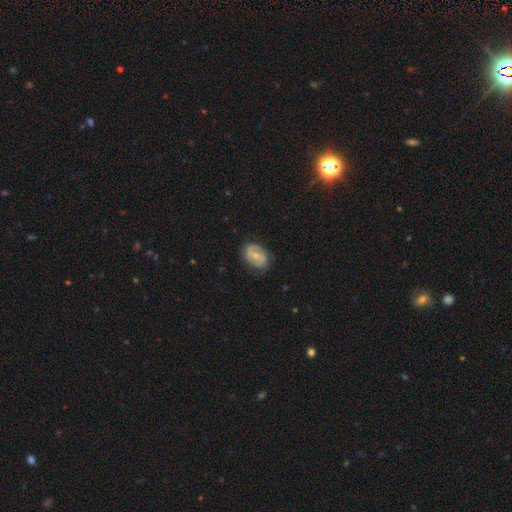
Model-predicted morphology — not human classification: A featured or disk galaxy (60%) with a weak bar (45%), spiral arms (77%) and a small central bulge (51%).

Vote fractions:
- Smooth or featured? featured or disk: 60% / smooth: 34% / star or artifact: 6%
- Edge-on disk? no: 96% / yes: 4%
- Bar? weak: 45% / no: 38% / strong: 17%
- Spiral arms? yes: 77% / no: 23%
- Bulge size? small: 51% / moderate: 43% / none: 3% / large: 2% / dominant: 1%
- Merging? none: 71% / minor disturbance: 21% / major disturbance: 6% / merger: 1%